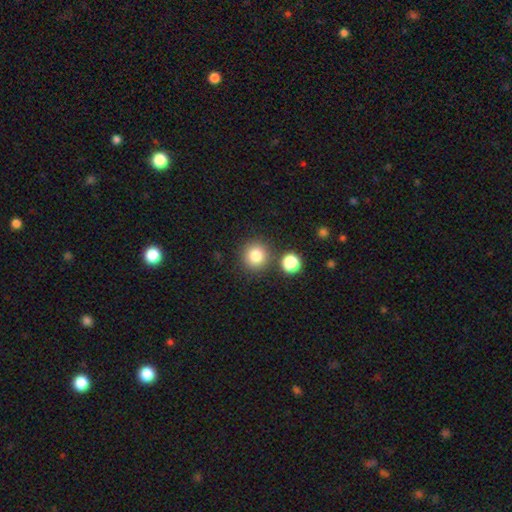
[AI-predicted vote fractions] Smooth or featured? Predicted: smooth (p=0.83). How rounded? Predicted: round (p=0.93). Merging? Predicted: none (p=0.82).